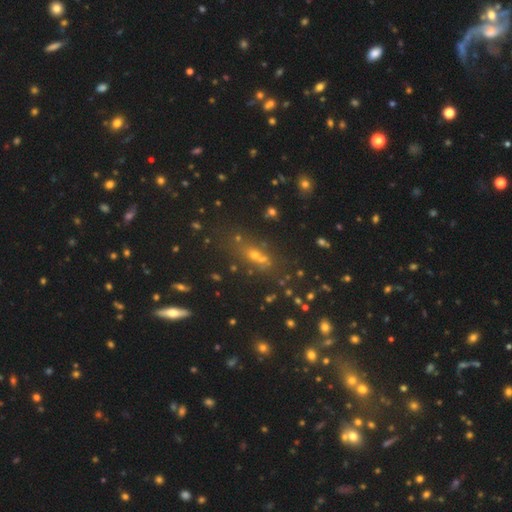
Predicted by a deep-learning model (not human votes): Smooth or featured? Predicted: smooth (p=0.41). Merging? Predicted: none (p=0.67).